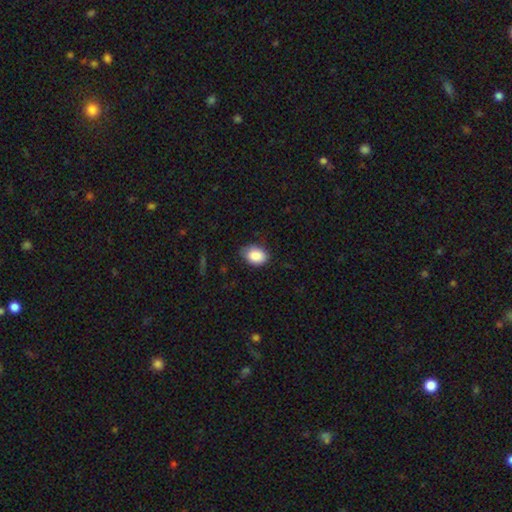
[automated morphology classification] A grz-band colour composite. It shows a smooth galaxy with no disk features (88%) that is in between round and cigar-shaped (81%). Merging: none (72%).